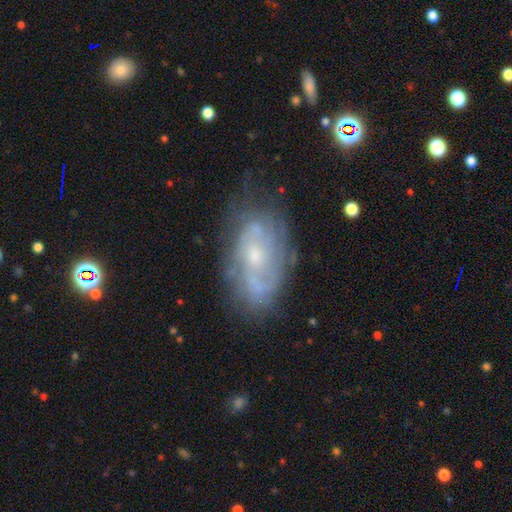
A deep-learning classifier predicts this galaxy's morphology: Smooth or featured: featured or disk — 72% (smooth — 19%)
Edge-on disk: no — 94% (yes — 6%)
Bar: no — 70% (weak — 26%)
Spiral arms: yes — 79% (no — 21%)
Spiral winding: tight — 50% (medium — 36%)
Spiral arm count: can't tell — 46% (2 — 33%)
Bulge size: small — 57% (moderate — 35%)
Merging: none — 65% (minor disturbance — 23%)